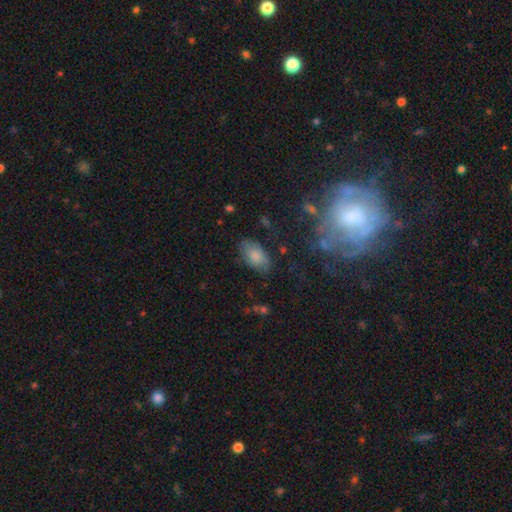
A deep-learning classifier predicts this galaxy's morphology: smooth-or-featured: smooth: 78% | featured or disk: 14% | star or artifact: 9%
  how-rounded: in between: 93% | round: 5% | cigar-shaped: 2%
  merging: none: 72% | minor disturbance: 19% | major disturbance: 6% | merger: 2%